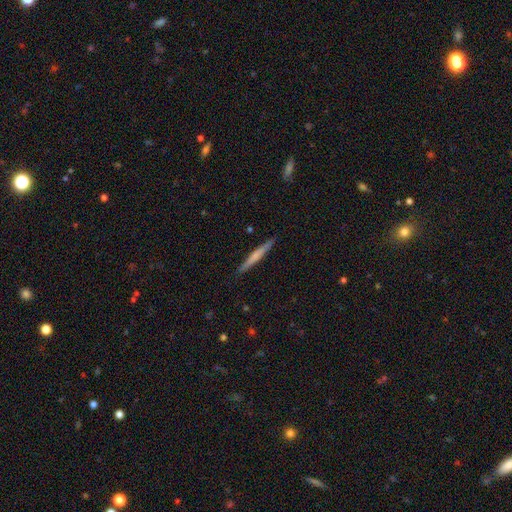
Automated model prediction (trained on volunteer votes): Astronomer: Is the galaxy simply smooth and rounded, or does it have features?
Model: smooth — 49% (runner-up: featured or disk, 45%).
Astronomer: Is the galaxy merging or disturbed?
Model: none — 91%.